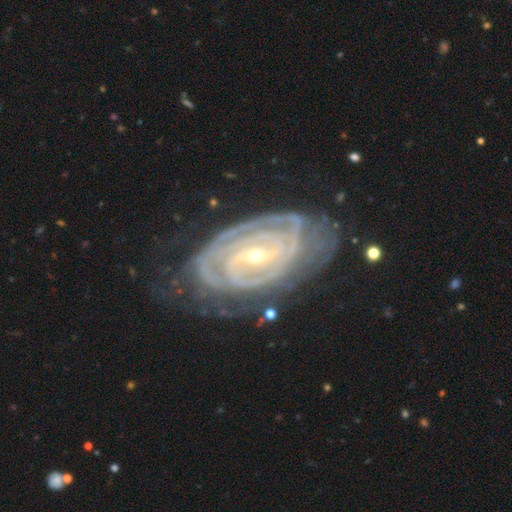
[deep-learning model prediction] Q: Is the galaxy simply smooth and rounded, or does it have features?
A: featured or disk — 91%.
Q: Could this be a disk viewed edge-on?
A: no — 96%.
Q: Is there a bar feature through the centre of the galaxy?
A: weak — 41%.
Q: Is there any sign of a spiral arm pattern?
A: yes — 97%.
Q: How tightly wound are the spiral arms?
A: tight — 81%.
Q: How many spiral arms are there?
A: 2 — 34%.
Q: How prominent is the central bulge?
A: small — 65%.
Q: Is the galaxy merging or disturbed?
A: none — 69%.